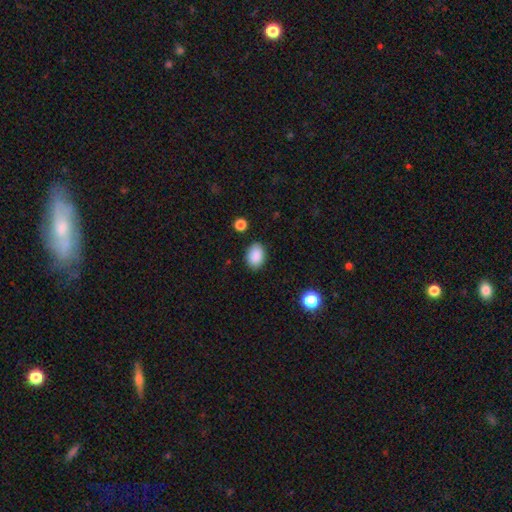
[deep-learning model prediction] Q: Smooth or featured?
A: smooth (88%); runner-up: star or artifact (8%)
Q: How rounded?
A: in between (80%); runner-up: round (19%)
Q: Merging?
A: none (84%); runner-up: minor disturbance (11%)